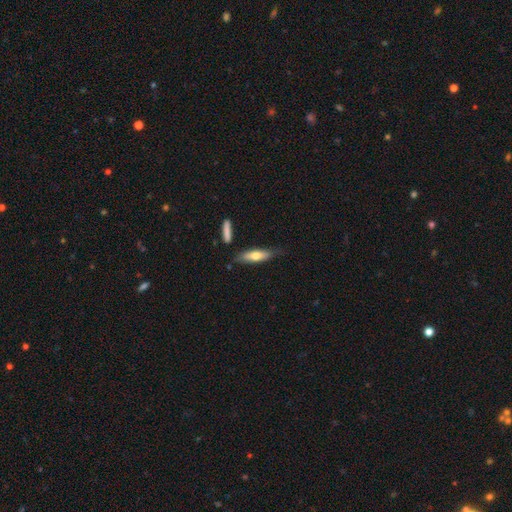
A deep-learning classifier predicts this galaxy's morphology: smooth 62%, featured or disk 32%, star or artifact 6%. Down the decision tree: how rounded — cigar-shaped (68%); merging — none (70%).